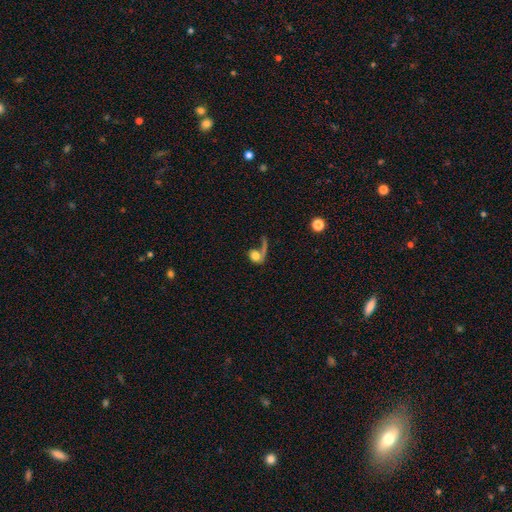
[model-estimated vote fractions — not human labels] Smooth or featured: smooth — 56% (featured or disk — 34%)
How rounded: in between — 53% (round — 41%)
Merging: major disturbance — 33% (none — 32%)